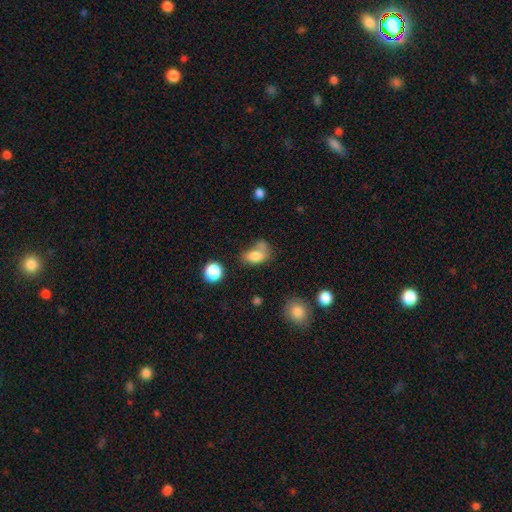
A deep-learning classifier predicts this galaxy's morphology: Smooth or featured? Predicted: smooth (p=0.77). How rounded? Predicted: in between (p=0.82). Merging? Predicted: none (p=0.33).